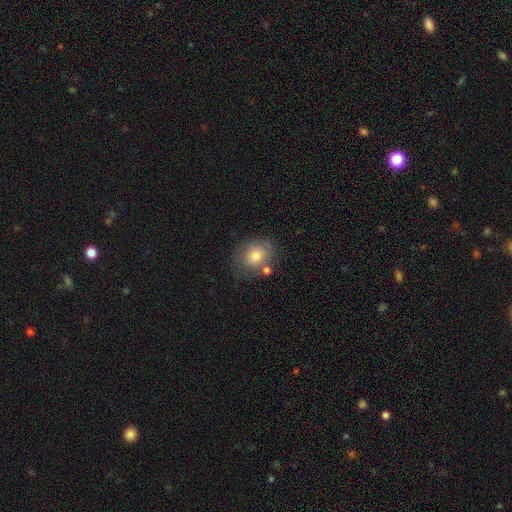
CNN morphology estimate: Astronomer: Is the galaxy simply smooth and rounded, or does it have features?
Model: smooth — 75%.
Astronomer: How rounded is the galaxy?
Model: round — 63%.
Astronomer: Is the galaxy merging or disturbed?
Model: none — 64%.